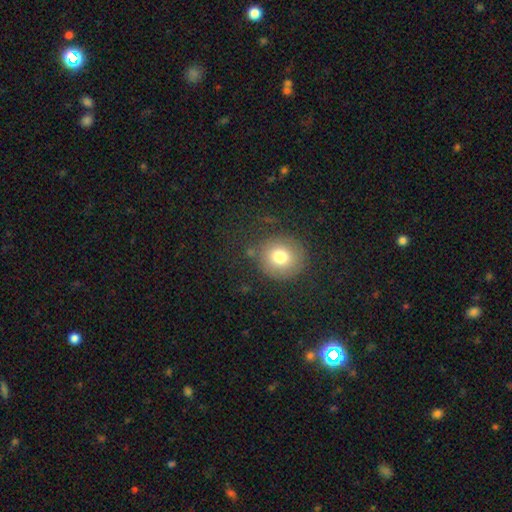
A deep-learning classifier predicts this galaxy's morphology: A smooth galaxy with no disk features (64%) that is round (84%).

Vote fractions:
- Smooth or featured? smooth: 64% / star or artifact: 27% / featured or disk: 10%
- How rounded? round: 84% / in between: 15% / cigar-shaped: 1%
- Merging? none: 84% / minor disturbance: 10% / major disturbance: 4% / merger: 2%